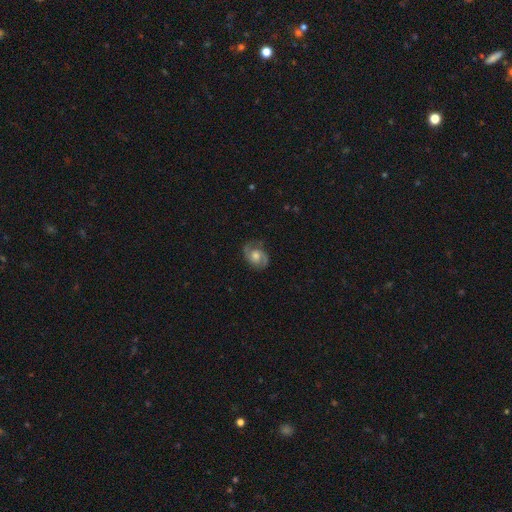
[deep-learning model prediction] The model was most divided on "bar": no: 60%, weak: 34%, strong: 6%. More confident: edge-on disk — no (98%); spiral arms — yes (96%); spiral arm count — 2 (92%); smooth or featured — featured or disk (83%); merging — none (80%); bulge size — moderate (63%); spiral winding — medium (55%).